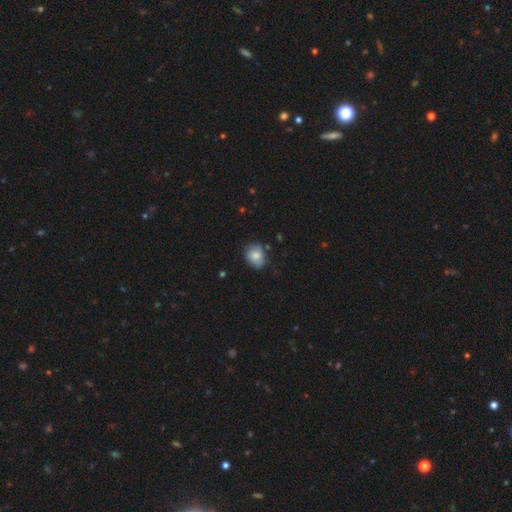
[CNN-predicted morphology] A smooth galaxy with no disk features (76%) that is round (51%). Merging: none (67%).